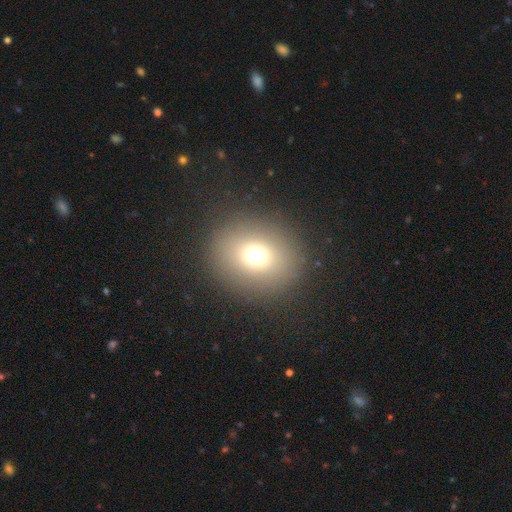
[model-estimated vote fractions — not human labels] Morphology: type=smooth (69%); roundness=round (73%); merging=none (87%).